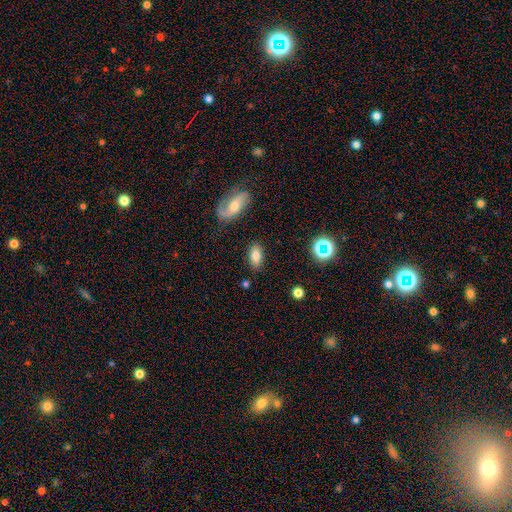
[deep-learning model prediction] smooth-or-featured: smooth: 77% | featured or disk: 13% | star or artifact: 10%
  how-rounded: in between: 90% | round: 6% | cigar-shaped: 4%
  merging: none: 84% | minor disturbance: 11% | major disturbance: 3% | merger: 3%